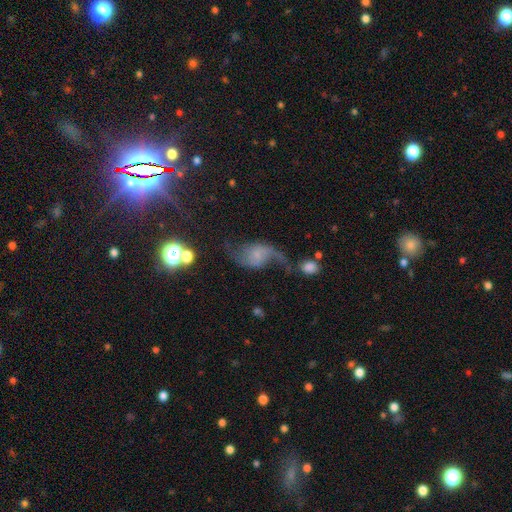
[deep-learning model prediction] Morphology: type=featured or disk (74%); edge-on=no (97%); bar=no (64%); spiral arms=yes (93%); winding=loose (85%); arm count=2 (91%); bulge=small (48%); merging=none (47%).